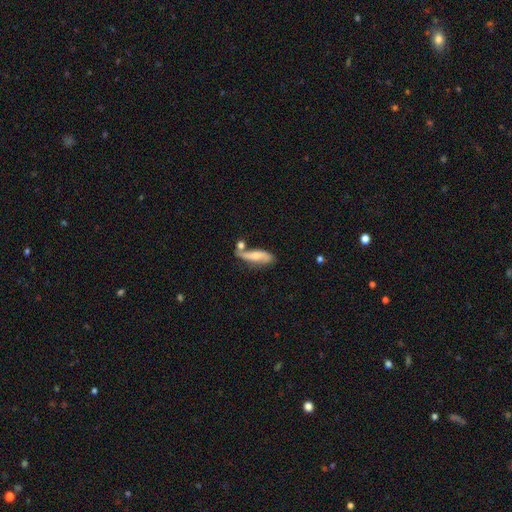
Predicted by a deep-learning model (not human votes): smooth 54%, featured or disk 40%, star or artifact 7%. Down the decision tree: how rounded — cigar-shaped (49%); merging — none (45%).